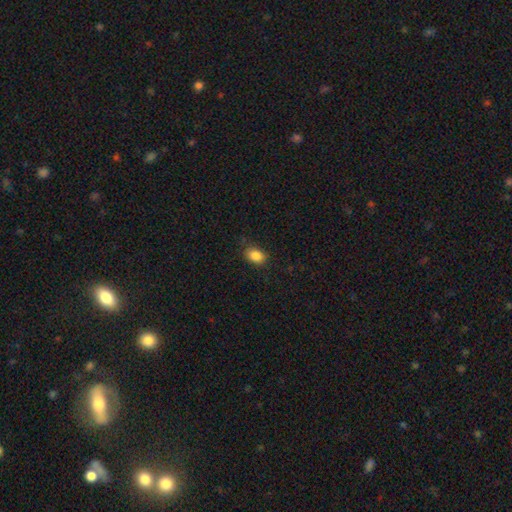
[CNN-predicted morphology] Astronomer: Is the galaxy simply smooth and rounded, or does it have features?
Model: smooth — 87%.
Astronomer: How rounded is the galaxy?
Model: in between — 78%.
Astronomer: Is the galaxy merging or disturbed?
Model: none — 84%.